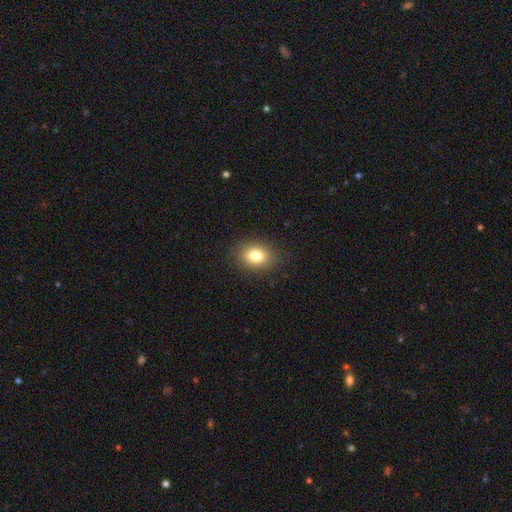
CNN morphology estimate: Smooth or featured: smooth — 81% (star or artifact — 10%)
How rounded: in between — 64% (round — 35%)
Merging: none — 88% (minor disturbance — 8%)